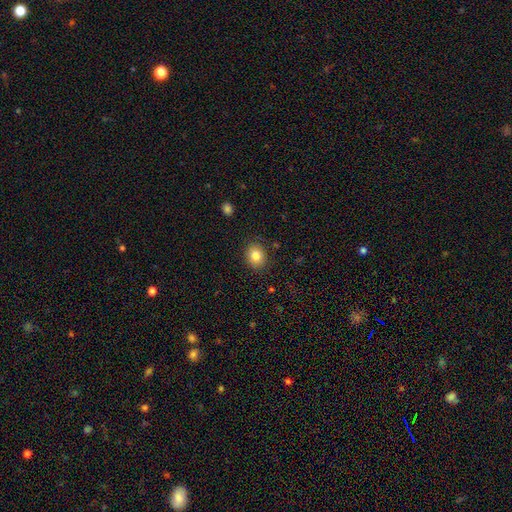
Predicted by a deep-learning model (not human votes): Smooth or featured? smooth (82%)
How rounded? round (62%)
Merging? none (87%)